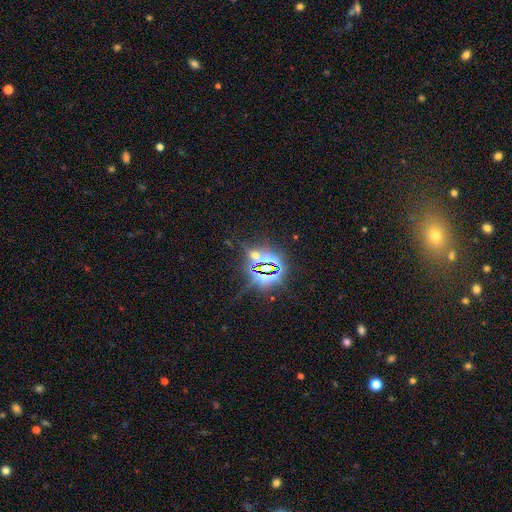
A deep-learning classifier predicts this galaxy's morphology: Smooth or featured? Predicted: star or artifact (p=0.78).